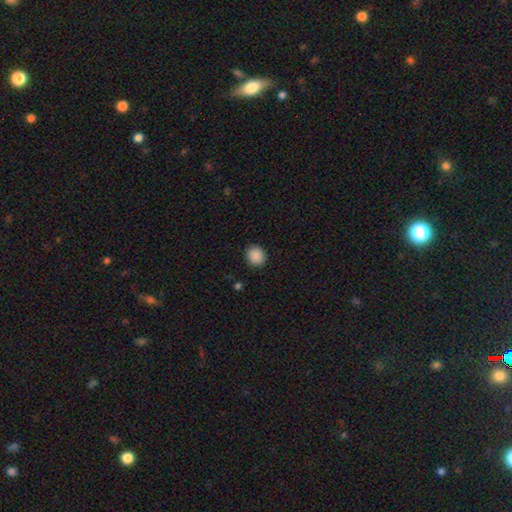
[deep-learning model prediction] smooth_or_featured: smooth (p=0.89) [alt: star or artifact p=0.09]
how_rounded: round (p=0.77) [alt: in between p=0.22]
merging: none (p=0.90) [alt: minor disturbance p=0.07]